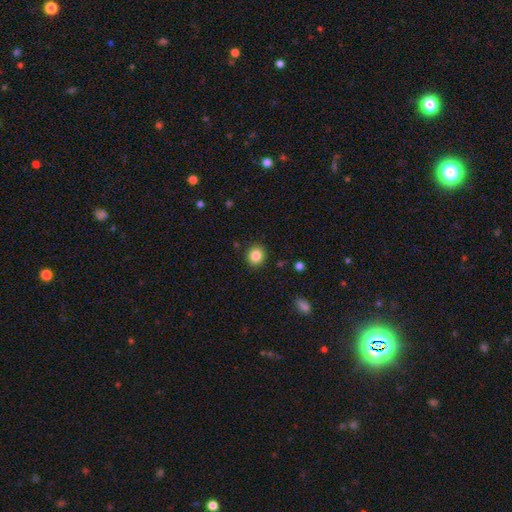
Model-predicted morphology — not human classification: Q: Smooth or featured?
A: smooth (85%); runner-up: star or artifact (10%)
Q: How rounded?
A: round (84%); runner-up: in between (15%)
Q: Merging?
A: none (90%); runner-up: minor disturbance (7%)